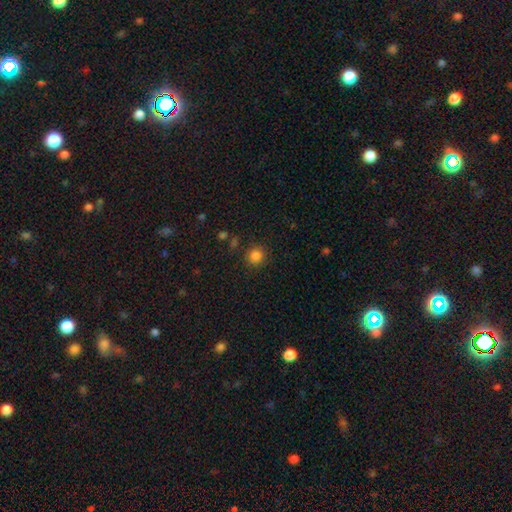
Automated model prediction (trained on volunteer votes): smooth_or_featured: smooth (p=0.84) [alt: star or artifact p=0.12]
how_rounded: round (p=0.90) [alt: in between p=0.09]
merging: none (p=0.88) [alt: minor disturbance p=0.07]